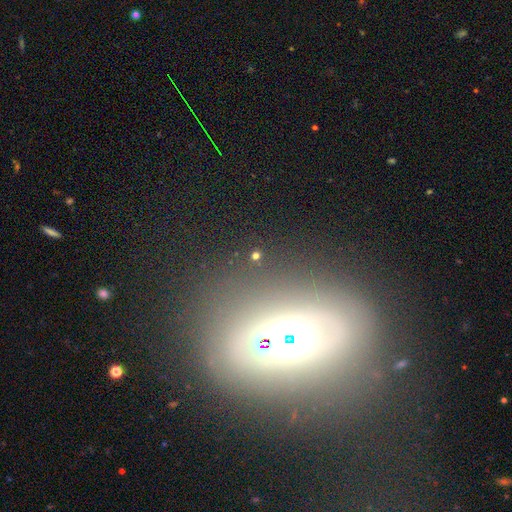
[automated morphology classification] smooth 54%, star or artifact 39%, featured or disk 8%. Down the decision tree: how rounded — round (79%); merging — none (85%).